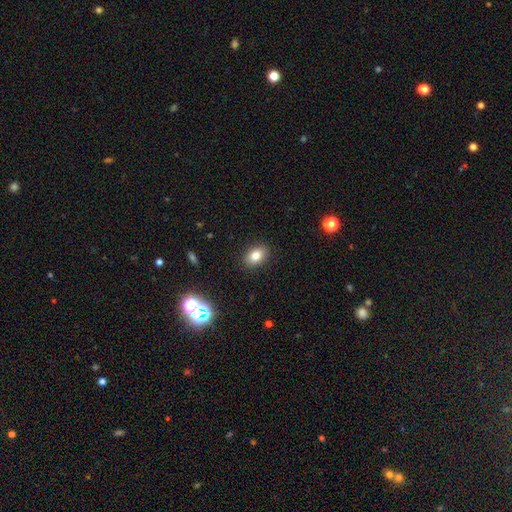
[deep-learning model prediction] smooth-or-featured: smooth: 80% | star or artifact: 11% | featured or disk: 9%
  how-rounded: in between: 81% | round: 18% | cigar-shaped: 1%
  merging: none: 89% | minor disturbance: 8% | major disturbance: 2% | merger: 1%